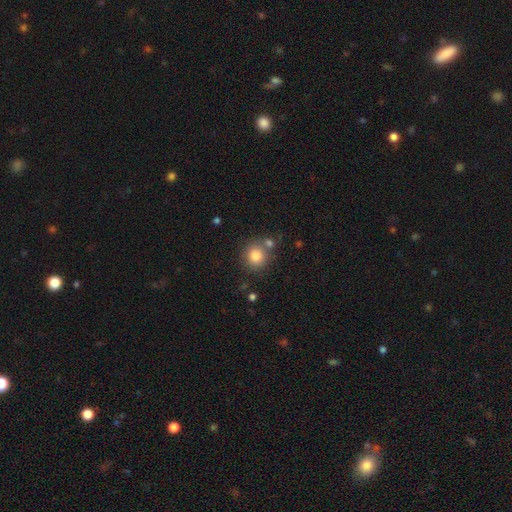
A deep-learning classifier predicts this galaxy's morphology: smooth_or_featured: smooth (p=0.82) [alt: star or artifact p=0.11]
how_rounded: round (p=0.88) [alt: in between p=0.11]
merging: none (p=0.69) [alt: merger p=0.17]